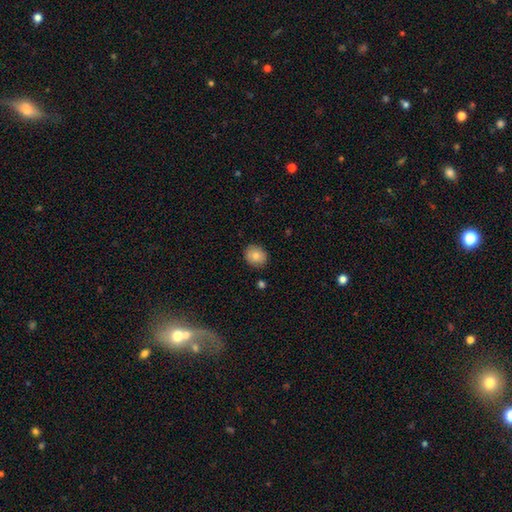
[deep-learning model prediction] Smooth or featured? smooth (82%)
How rounded? round (70%)
Merging? none (88%)